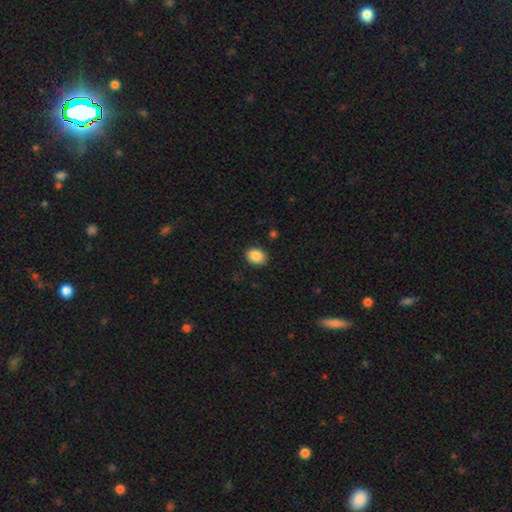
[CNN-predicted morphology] Smooth or featured? Predicted: smooth (p=0.88). How rounded? Predicted: in between (p=0.64). Merging? Predicted: none (p=0.88).